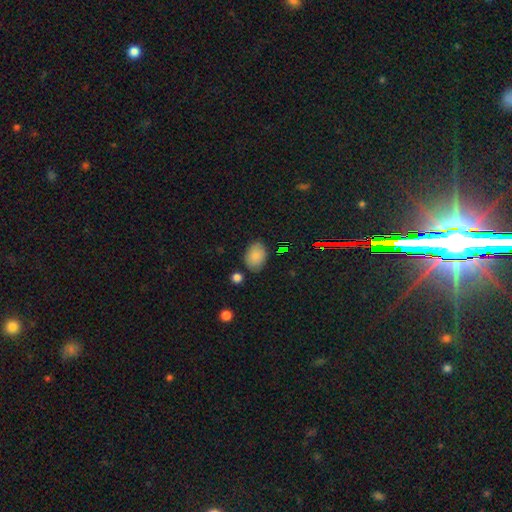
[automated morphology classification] smooth-or-featured: smooth: 85% | star or artifact: 9% | featured or disk: 6%
  how-rounded: in between: 78% | round: 21% | cigar-shaped: 1%
  merging: none: 78% | minor disturbance: 15% | major disturbance: 3% | merger: 3%